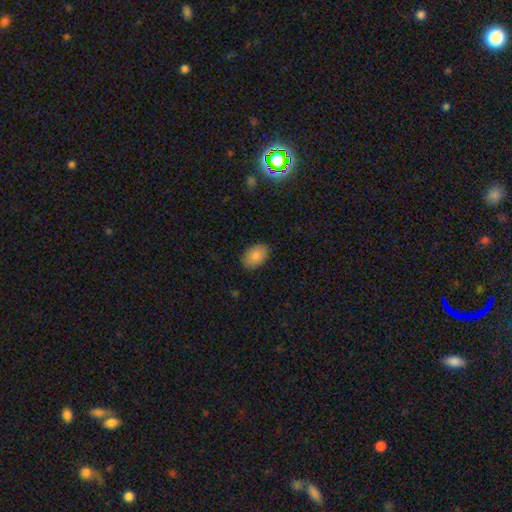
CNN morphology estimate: This is clearly a smooth galaxy (84%). How rounded: clearly in between (85%). Merging: clearly none (85%).